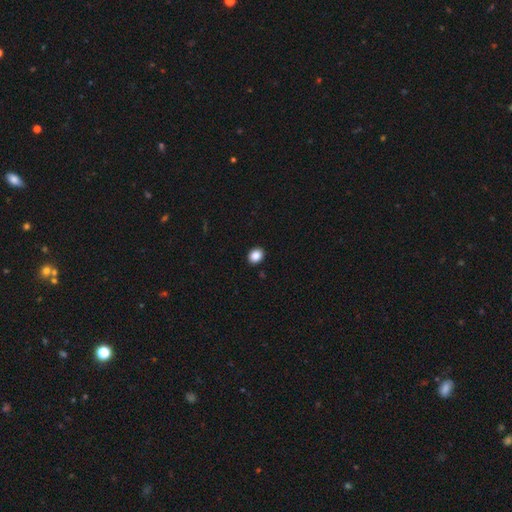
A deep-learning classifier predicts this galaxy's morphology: smooth-or-featured: smooth: 88% | star or artifact: 9% | featured or disk: 3%
  how-rounded: round: 59% | in between: 40% | cigar-shaped: 1%
  merging: none: 91% | minor disturbance: 6% | major disturbance: 2% | merger: 1%